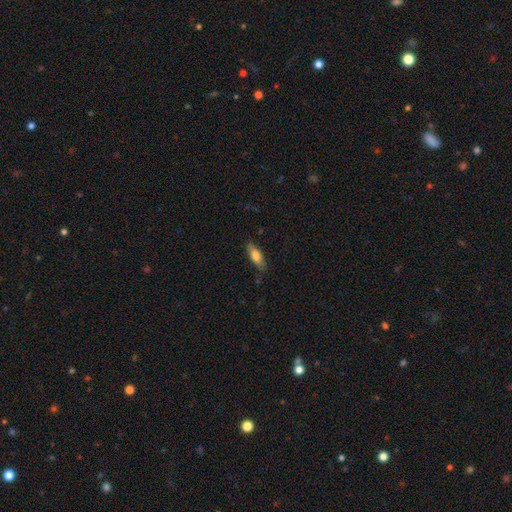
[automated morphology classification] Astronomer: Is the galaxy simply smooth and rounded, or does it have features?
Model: smooth — 73%.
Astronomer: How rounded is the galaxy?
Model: in between — 63%.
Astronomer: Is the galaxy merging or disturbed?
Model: none — 79%.